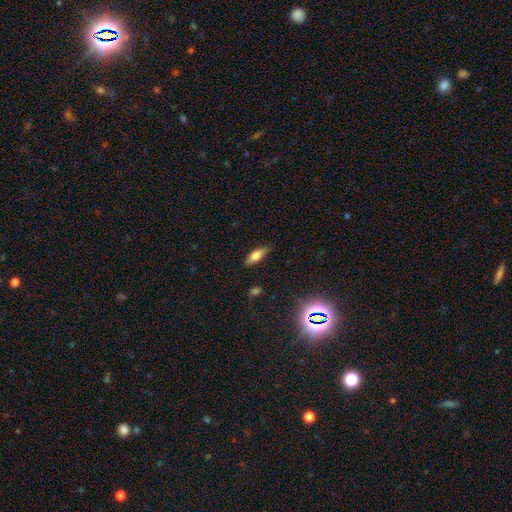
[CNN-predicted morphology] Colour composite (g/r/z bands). It shows a smooth galaxy with no disk features (60%) that is in between round and cigar-shaped (53%). Merging: none (82%).